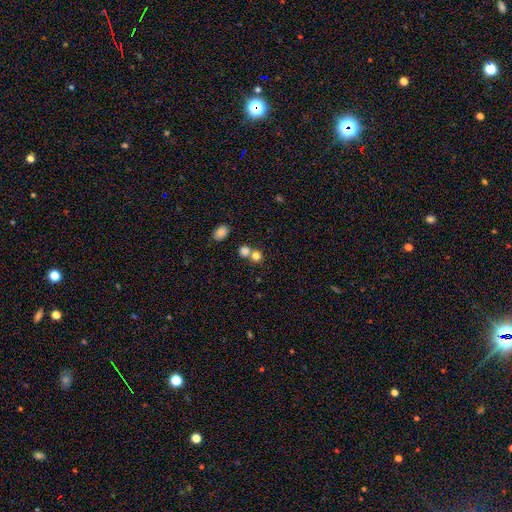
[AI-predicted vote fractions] smooth-or-featured: smooth: 79% | star or artifact: 14% | featured or disk: 7%
  how-rounded: round: 85% | in between: 14% | cigar-shaped: 1%
  merging: none: 52% | merger: 38% | minor disturbance: 7% | major disturbance: 3%